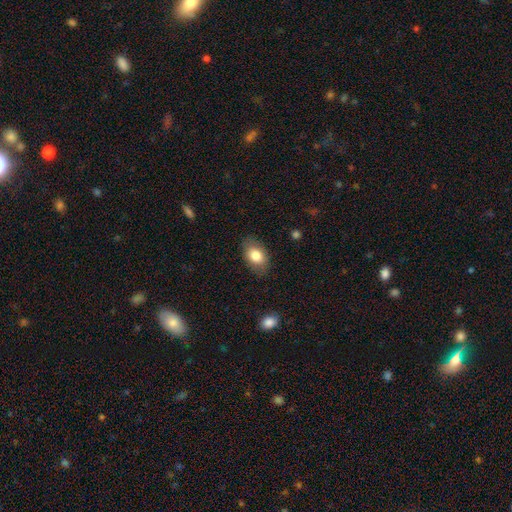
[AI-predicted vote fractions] Q: Smooth or featured?
A: smooth (81%); runner-up: featured or disk (12%)
Q: How rounded?
A: in between (88%); runner-up: round (11%)
Q: Merging?
A: none (83%); runner-up: minor disturbance (13%)